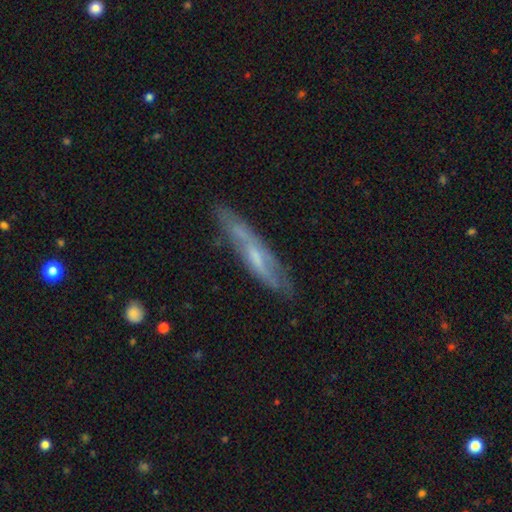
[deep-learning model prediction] A featured or disk galaxy (62%) viewed edge-on (60%). Merging: none (67%).